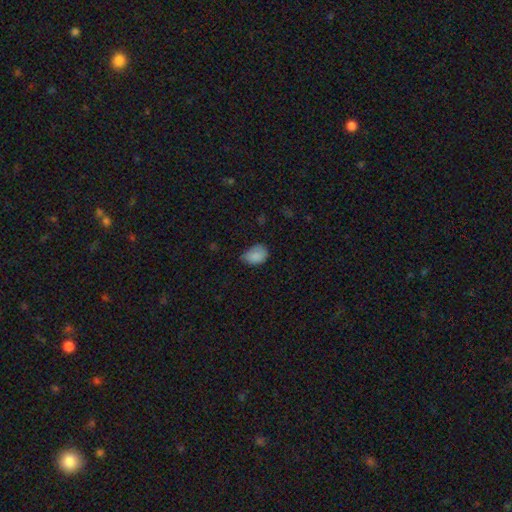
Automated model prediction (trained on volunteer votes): A smooth galaxy with no disk features (85%) that is in between round and cigar-shaped (80%).

Vote fractions:
- Smooth or featured? smooth: 85% / star or artifact: 9% / featured or disk: 6%
- How rounded? in between: 80% / round: 19% / cigar-shaped: 1%
- Merging? none: 46% / minor disturbance: 43% / major disturbance: 9% / merger: 2%